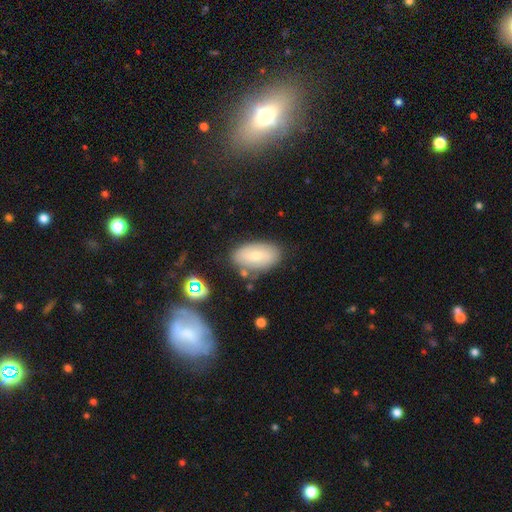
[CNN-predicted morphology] Q: Smooth or featured?
A: smooth (65%); runner-up: featured or disk (26%)
Q: How rounded?
A: in between (93%); runner-up: round (5%)
Q: Merging?
A: none (74%); runner-up: minor disturbance (17%)